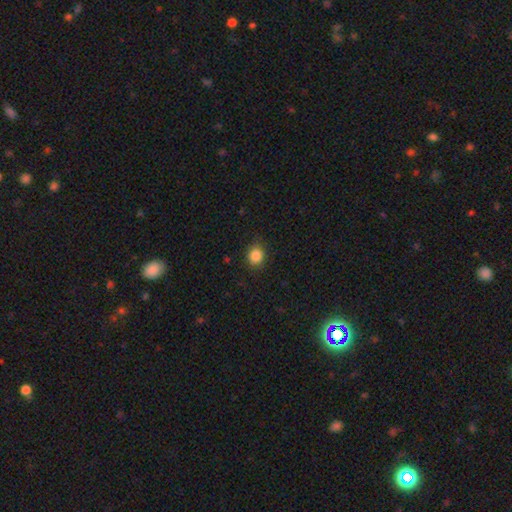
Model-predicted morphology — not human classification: Smooth or featured? Predicted: smooth (p=0.86). How rounded? Predicted: round (p=0.75). Merging? Predicted: none (p=0.84).